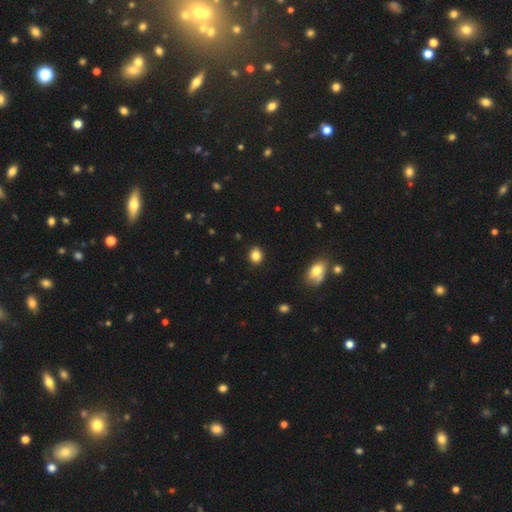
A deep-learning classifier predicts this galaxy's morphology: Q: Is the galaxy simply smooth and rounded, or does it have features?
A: smooth — 84%.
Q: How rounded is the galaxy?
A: round — 67%.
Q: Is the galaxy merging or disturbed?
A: none — 89%.